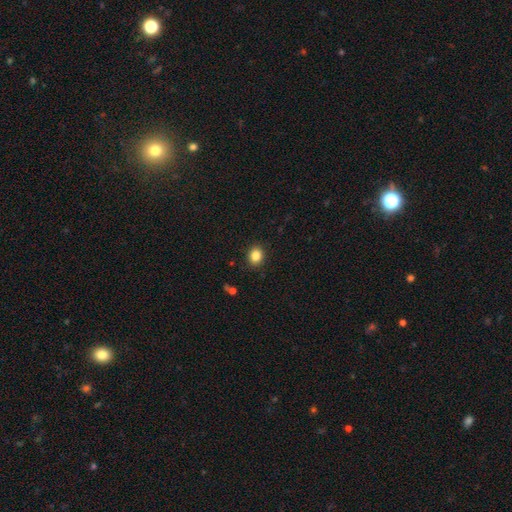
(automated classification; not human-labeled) smooth-or-featured: smooth: 86% | star or artifact: 10% | featured or disk: 4%
  how-rounded: round: 65% | in between: 35% | cigar-shaped: 1%
  merging: none: 90% | minor disturbance: 7% | major disturbance: 2% | merger: 1%